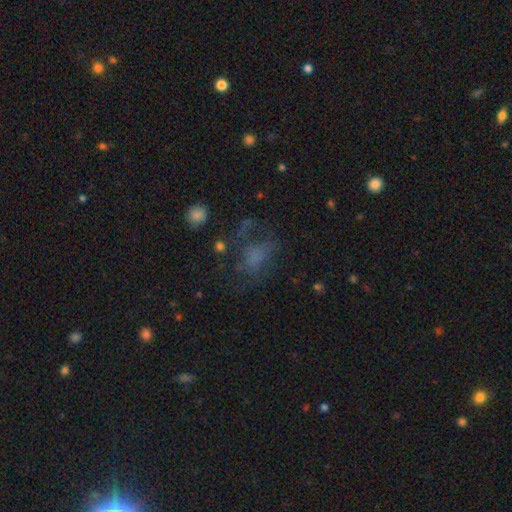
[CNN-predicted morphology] Smooth or featured: smooth — 46% (featured or disk — 32%)
Merging: none — 41% (major disturbance — 36%)